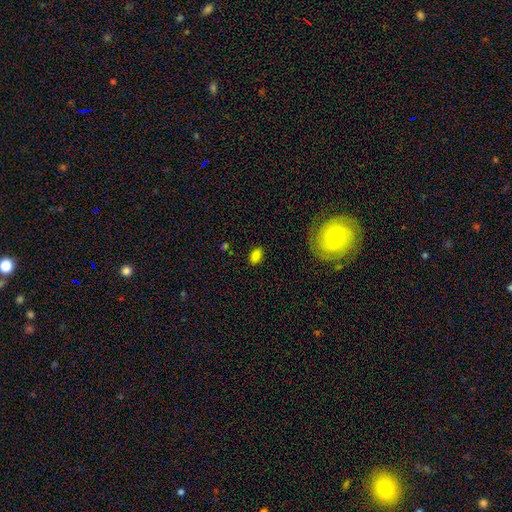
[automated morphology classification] smooth_or_featured: smooth (p=0.84) [alt: star or artifact p=0.12]
how_rounded: in between (p=0.89) [alt: round p=0.10]
merging: none (p=0.85) [alt: minor disturbance p=0.10]